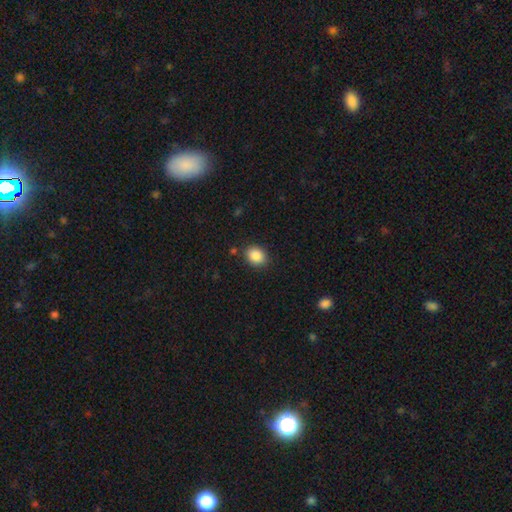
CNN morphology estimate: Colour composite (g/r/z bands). It shows a smooth galaxy with no disk features (87%) that is in between round and cigar-shaped (53%). Merging: none (86%).